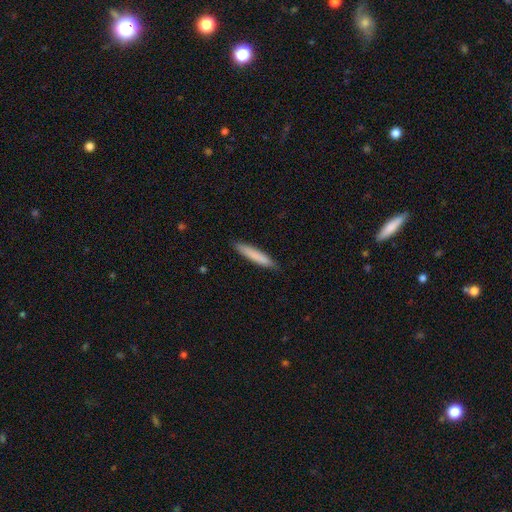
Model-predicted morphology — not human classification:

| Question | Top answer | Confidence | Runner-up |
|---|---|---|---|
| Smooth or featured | smooth | 81% | featured or disk (14%) |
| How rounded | cigar-shaped | 91% | in between (8%) |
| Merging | none | 88% | minor disturbance (9%) |